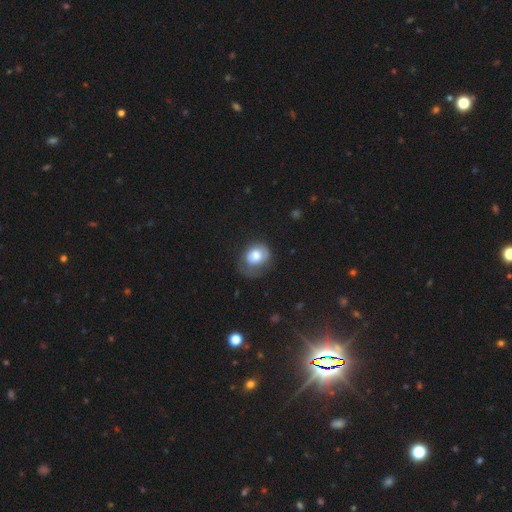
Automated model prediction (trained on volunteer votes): Smooth or featured? smooth (71%)
How rounded? round (60%)
Merging? none (43%)